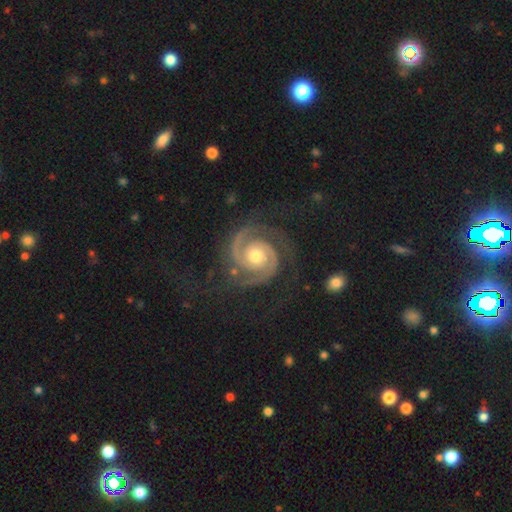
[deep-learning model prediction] Morphology: type=featured or disk (93%); edge-on=no (98%); bar=no (76%); spiral arms=yes (99%); winding=tight (64%); arm count=2 (91%); bulge=moderate (73%); merging=none (77%).